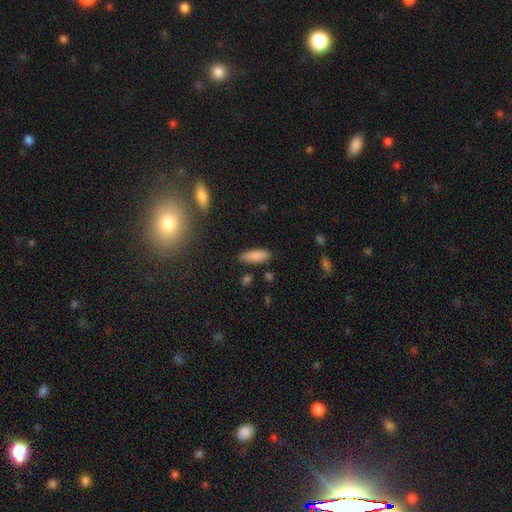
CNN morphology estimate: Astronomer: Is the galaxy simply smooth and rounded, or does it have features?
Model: smooth — 85%.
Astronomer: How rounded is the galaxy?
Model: in between — 65%.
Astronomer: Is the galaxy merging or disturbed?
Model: none — 83%.